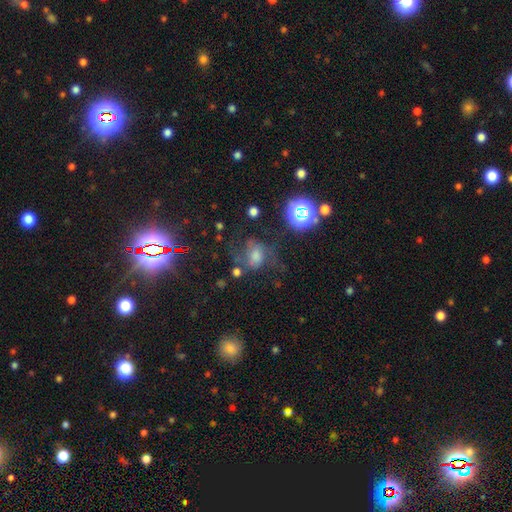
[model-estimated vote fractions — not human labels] Smooth or featured? featured or disk (38%)
Merging? none (47%)